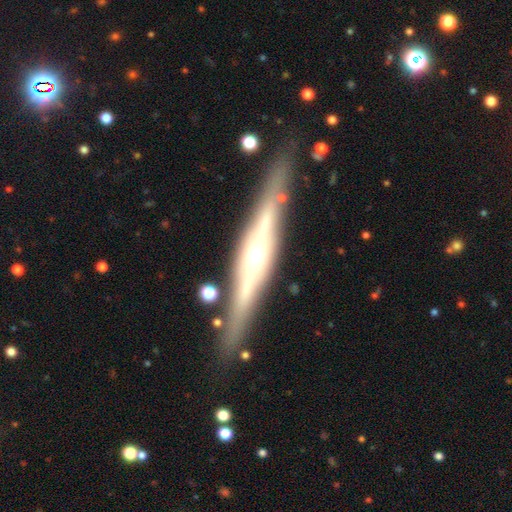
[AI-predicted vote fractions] featured or disk 81%, smooth 14%, star or artifact 6%. Down the decision tree: edge-on disk — yes (94%); edge-on bulge — rounded (75%); merging — none (83%).